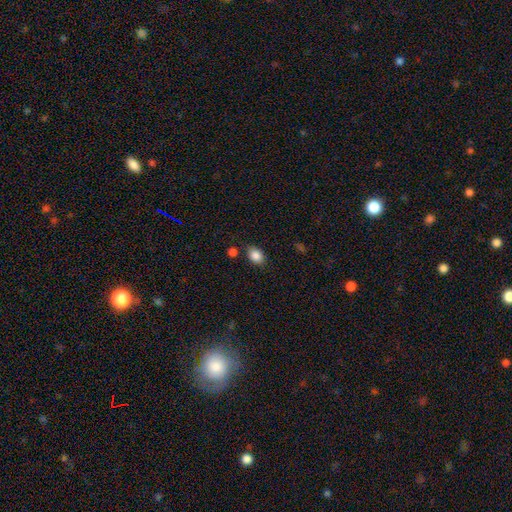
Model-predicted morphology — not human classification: A smooth galaxy with no disk features (86%) that is in between round and cigar-shaped (72%).

Vote fractions:
- Smooth or featured? smooth: 86% / star or artifact: 9% / featured or disk: 5%
- How rounded? in between: 72% / round: 27% / cigar-shaped: 1%
- Merging? none: 80% / minor disturbance: 12% / merger: 5% / major disturbance: 3%